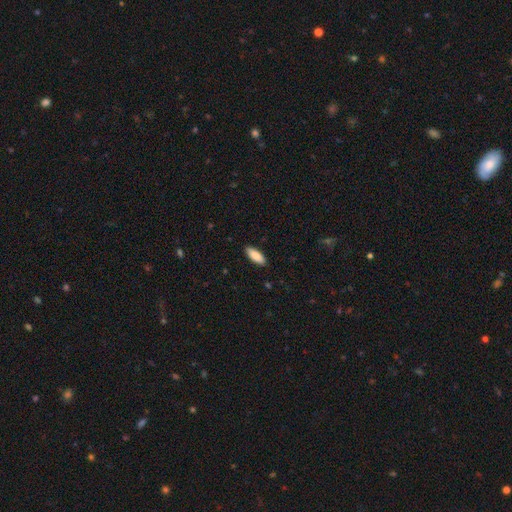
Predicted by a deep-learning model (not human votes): smooth-or-featured: smooth: 86% | featured or disk: 8% | star or artifact: 6%
  how-rounded: in between: 72% | cigar-shaped: 26% | round: 2%
  merging: none: 89% | minor disturbance: 8% | major disturbance: 2% | merger: 1%